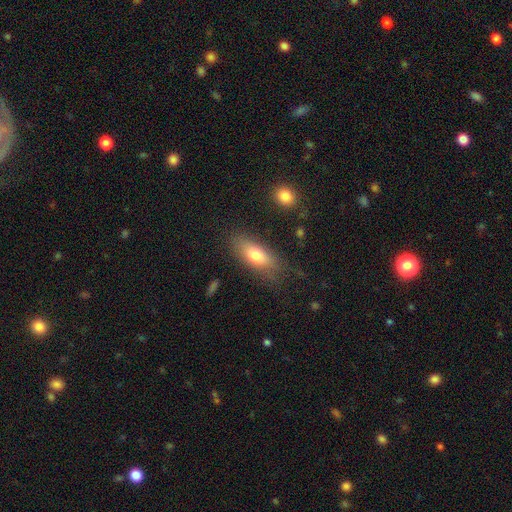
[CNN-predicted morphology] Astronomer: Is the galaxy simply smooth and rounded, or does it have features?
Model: smooth — 74%.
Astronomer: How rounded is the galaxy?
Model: in between — 77%.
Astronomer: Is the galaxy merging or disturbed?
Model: none — 74%.